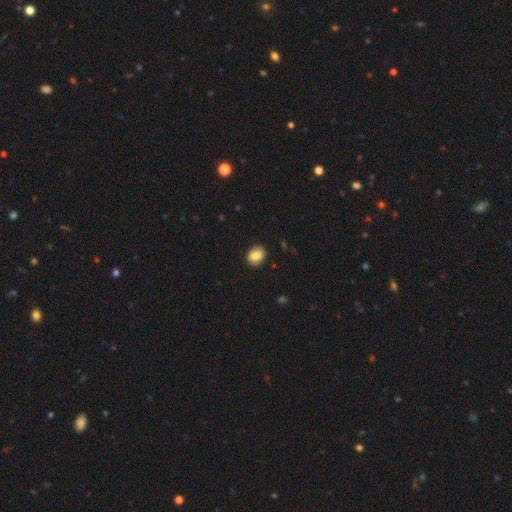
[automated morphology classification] Overall: smooth (84%). How rounded: round (50%; in between 49%). Merging: none (88%).